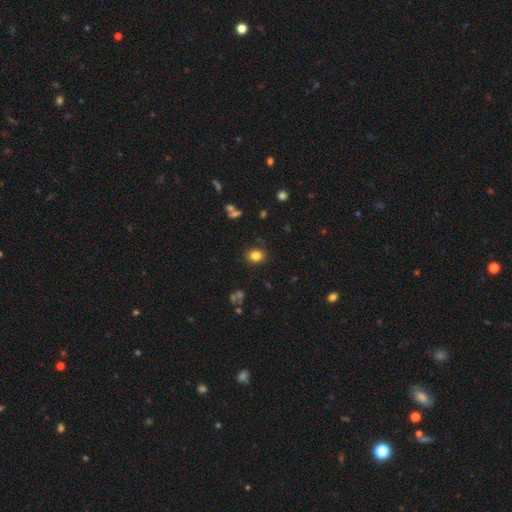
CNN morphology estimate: smooth_or_featured: smooth (p=0.82) [alt: star or artifact p=0.11]
how_rounded: round (p=0.62) [alt: in between p=0.37]
merging: none (p=0.85) [alt: minor disturbance p=0.10]